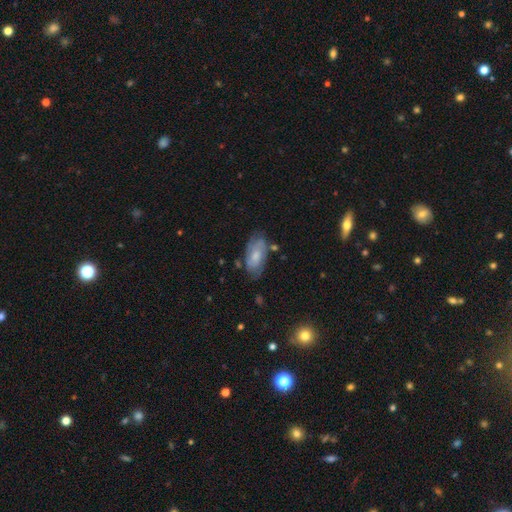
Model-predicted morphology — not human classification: smooth-or-featured: featured or disk: 52% | smooth: 41% | star or artifact: 7%
  disk-edge-on: no: 92% | yes: 8%
  merging: none: 68% | minor disturbance: 22% | major disturbance: 7% | merger: 3%